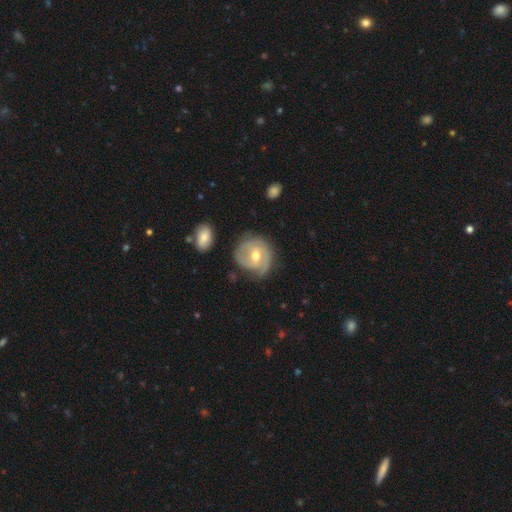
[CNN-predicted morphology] Smooth or featured? featured or disk (72%)
Edge-on disk? no (97%)
Bar? no (48%)
Spiral arms? yes (86%)
Spiral winding? tight (52%)
Spiral arm count? 2 (48%)
Bulge size? moderate (74%)
Merging? none (62%)